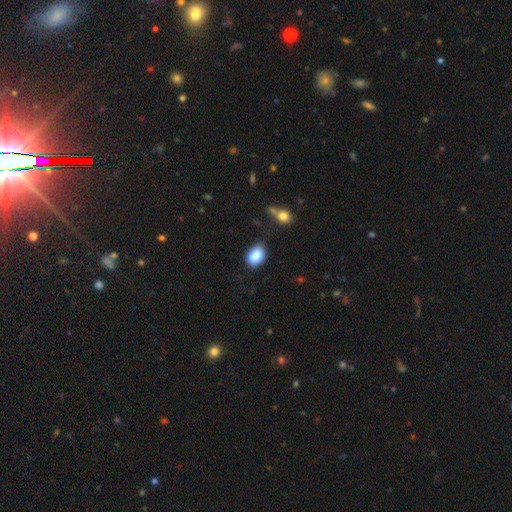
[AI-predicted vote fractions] Q: Smooth or featured?
A: smooth (87%); runner-up: star or artifact (8%)
Q: How rounded?
A: in between (80%); runner-up: round (19%)
Q: Merging?
A: none (75%); runner-up: minor disturbance (18%)